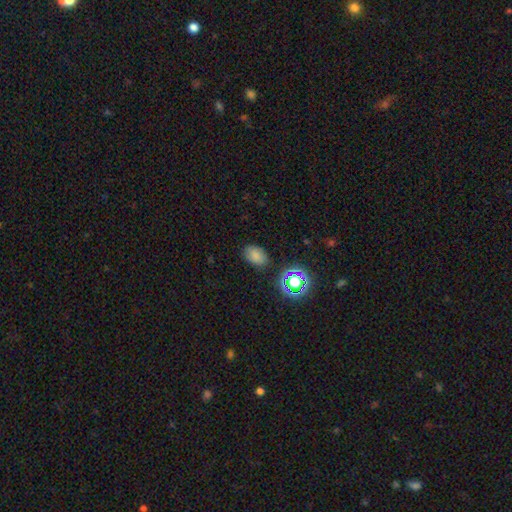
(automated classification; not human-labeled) A smooth galaxy with no disk features (75%) that is in between round and cigar-shaped (81%).

Vote fractions:
- Smooth or featured? smooth: 75% / star or artifact: 19% / featured or disk: 6%
- How rounded? in between: 81% / round: 18% / cigar-shaped: 1%
- Merging? none: 82% / minor disturbance: 13% / major disturbance: 3% / merger: 2%